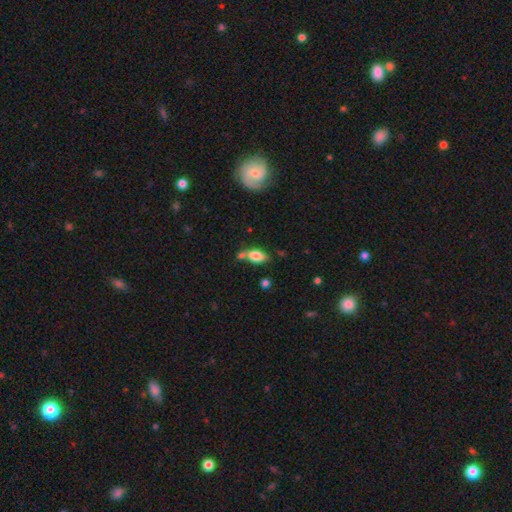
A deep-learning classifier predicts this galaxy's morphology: Smooth or featured? smooth (76%)
How rounded? in between (86%)
Merging? none (52%)